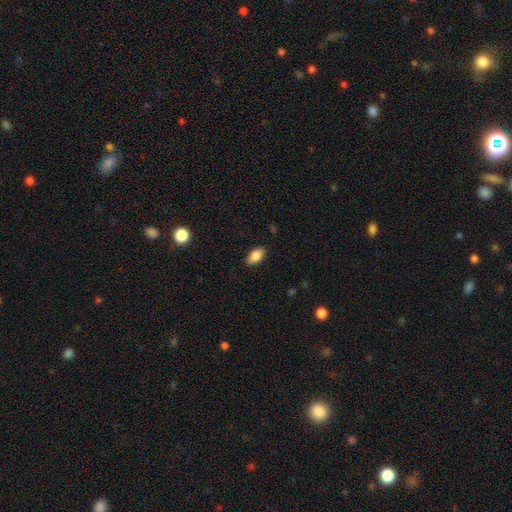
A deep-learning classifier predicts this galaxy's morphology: This appears to be a smooth galaxy with no disk features (84%) that is in between round and cigar-shaped (91%). Merging: none (87%).